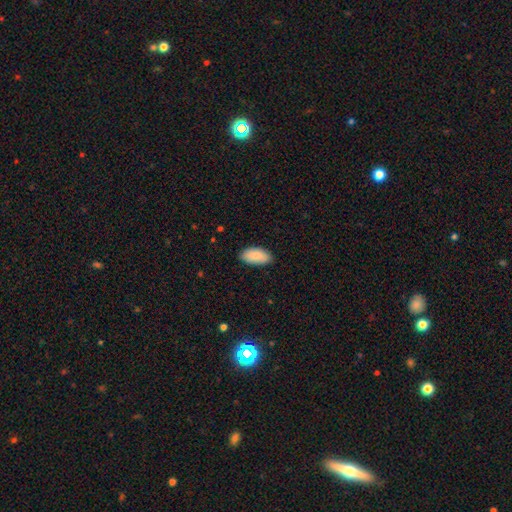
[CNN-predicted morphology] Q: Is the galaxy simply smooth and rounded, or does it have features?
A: smooth — 89%.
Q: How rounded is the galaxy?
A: in between — 94%.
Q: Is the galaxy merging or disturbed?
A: none — 85%.